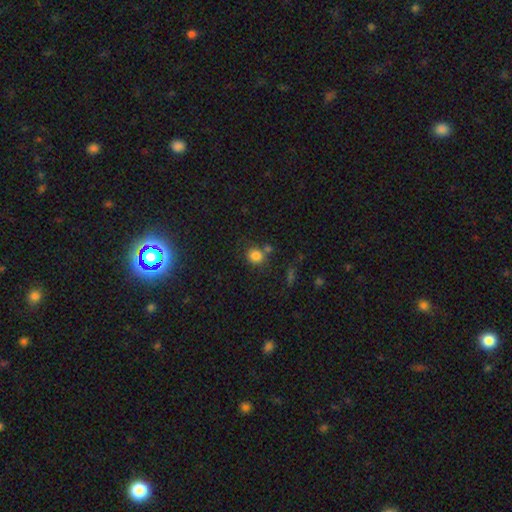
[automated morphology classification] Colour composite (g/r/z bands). It shows a smooth galaxy with no disk features (82%) that is round (84%). Merging: none (66%).